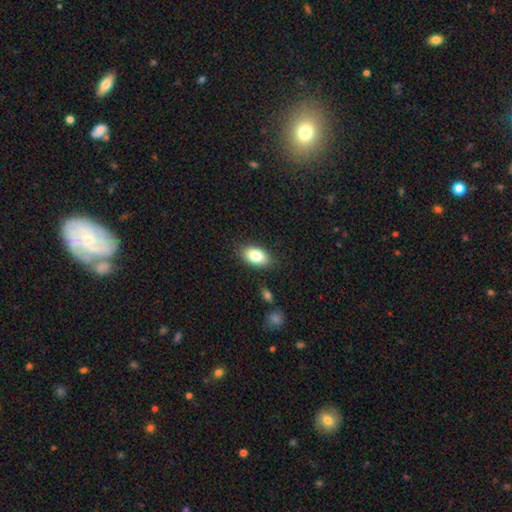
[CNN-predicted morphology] Smooth or featured? smooth (81%)
How rounded? in between (90%)
Merging? none (84%)